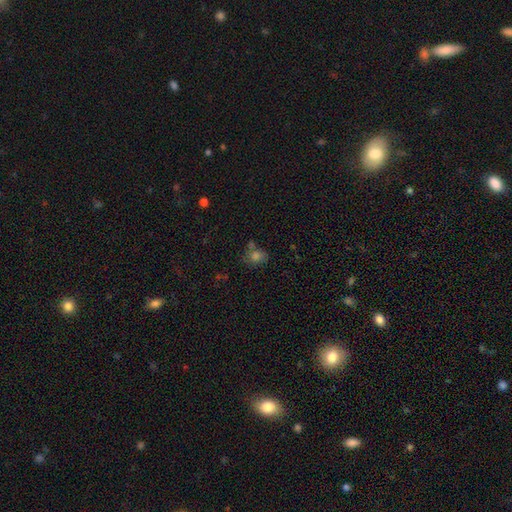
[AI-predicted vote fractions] This appears to be a smooth galaxy with no disk features (64%) that is round (53%). Merging: none (62%).